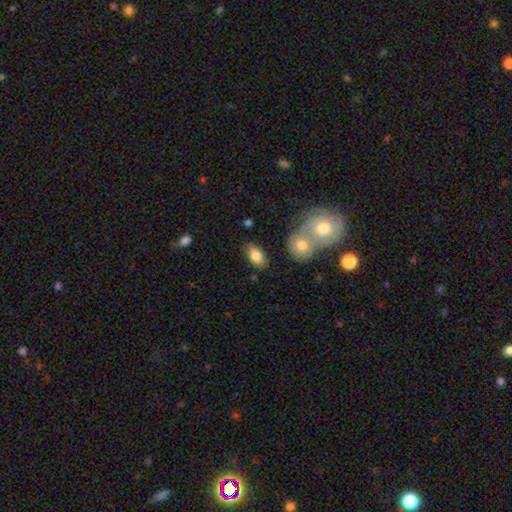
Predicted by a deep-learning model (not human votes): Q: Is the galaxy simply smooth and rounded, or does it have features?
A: smooth — 82%.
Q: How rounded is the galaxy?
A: in between — 92%.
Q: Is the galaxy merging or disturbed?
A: none — 72%.